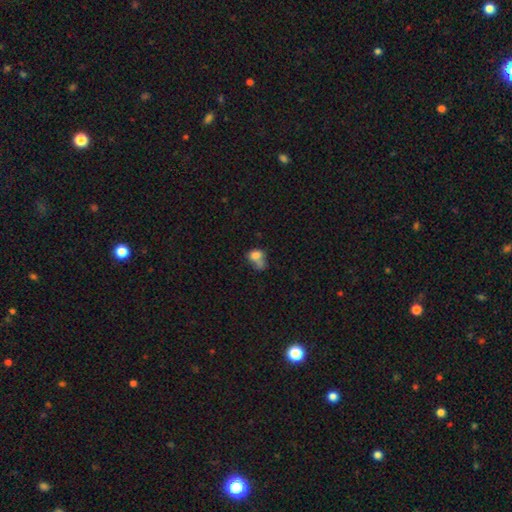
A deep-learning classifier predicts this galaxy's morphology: This appears to be a smooth galaxy with no disk features (72%) that is in between round and cigar-shaped (64%). Merging: merger (38%).